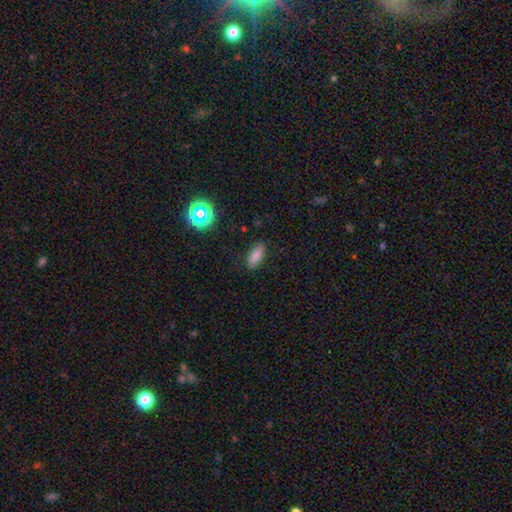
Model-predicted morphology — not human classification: smooth 80%, star or artifact 12%, featured or disk 8%. Down the decision tree: how rounded — in between (79%); merging — none (86%).